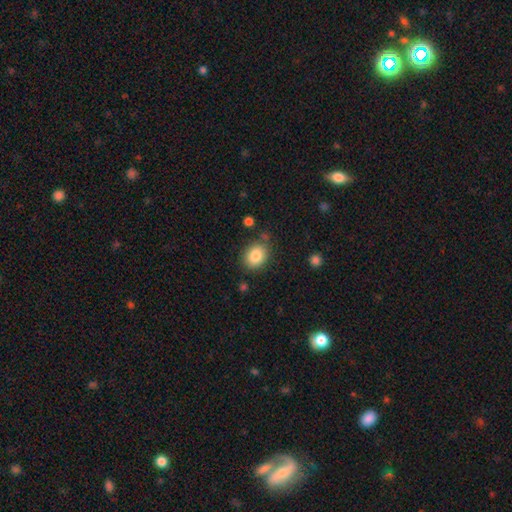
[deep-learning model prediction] Smooth or featured?
  - smooth: 85% *
  - star or artifact: 8%
  - featured or disk: 7%
How rounded?
  - in between: 58% *
  - round: 41%
  - cigar-shaped: 1%
Merging?
  - none: 79% *
  - minor disturbance: 13%
  - merger: 4%
  - major disturbance: 3%